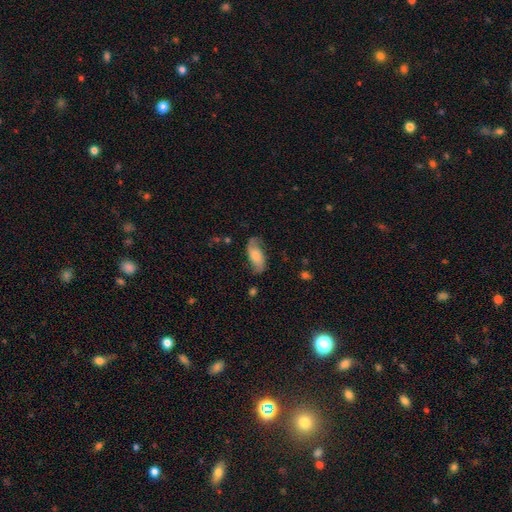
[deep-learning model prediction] A smooth galaxy with no disk features (49%).

Vote fractions:
- Smooth or featured? smooth: 49% / featured or disk: 44% / star or artifact: 7%
- Merging? none: 68% / minor disturbance: 23% / major disturbance: 8% / merger: 2%